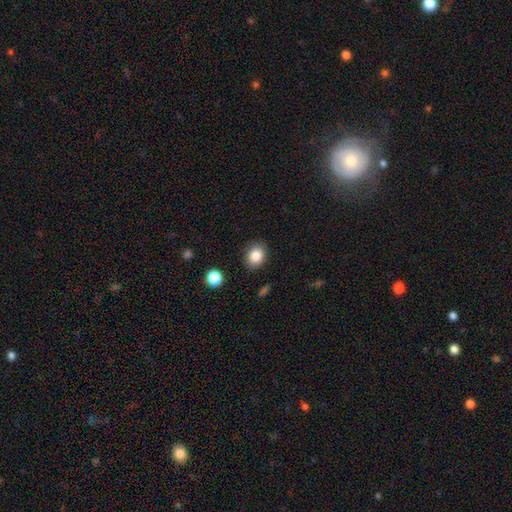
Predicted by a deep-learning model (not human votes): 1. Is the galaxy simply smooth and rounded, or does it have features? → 85% smooth, 9% star or artifact, 6% featured or disk.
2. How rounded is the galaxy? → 52% in between, 47% round, 1% cigar-shaped.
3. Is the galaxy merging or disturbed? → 86% none, 10% minor disturbance, 3% major disturbance, 2% merger.